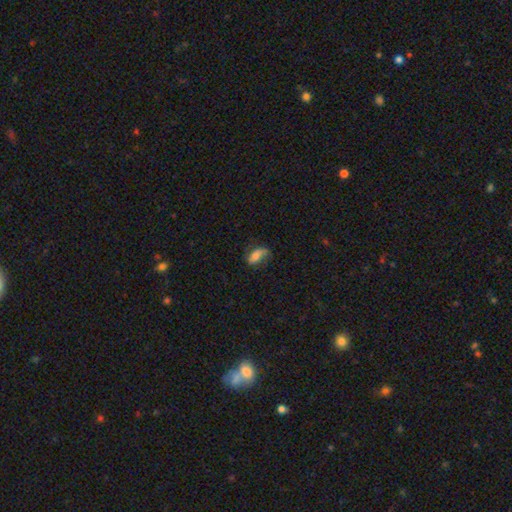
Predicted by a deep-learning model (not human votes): A smooth galaxy with no disk features (56%) that is in between round and cigar-shaped (83%). Merging: none (55%).